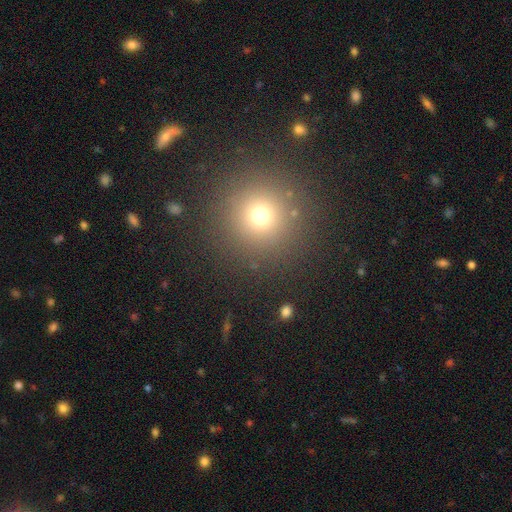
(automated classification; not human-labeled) smooth_or_featured: smooth (p=0.62) [alt: star or artifact p=0.31]
how_rounded: round (p=0.96) [alt: in between p=0.03]
merging: none (p=0.92) [alt: minor disturbance p=0.05]